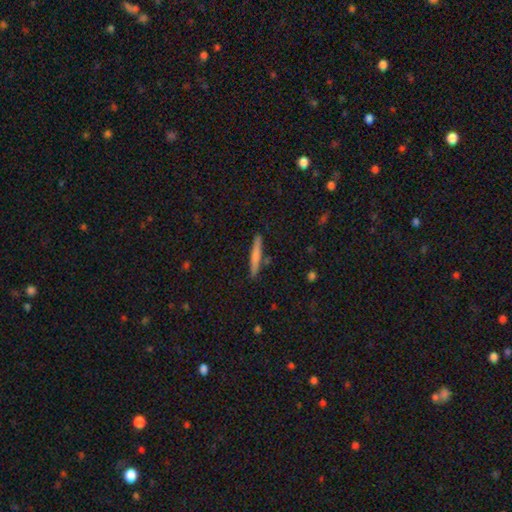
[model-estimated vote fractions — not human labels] Smooth or featured? smooth (66%)
How rounded? cigar-shaped (95%)
Merging? none (87%)